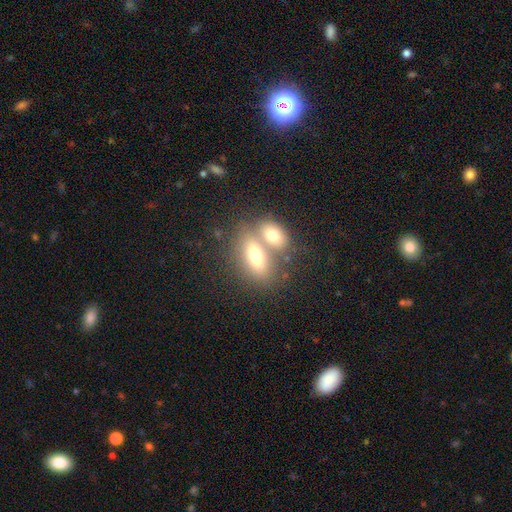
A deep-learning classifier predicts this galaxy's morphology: smooth 66%, featured or disk 26%, star or artifact 8%. Down the decision tree: how rounded — in between (81%); merging — merger (54%).